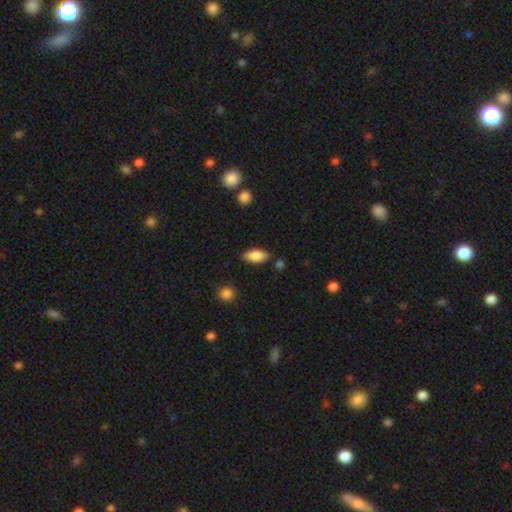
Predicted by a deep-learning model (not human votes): Smooth or featured: smooth — 82% (featured or disk — 11%)
How rounded: in between — 88% (cigar-shaped — 10%)
Merging: none — 82% (minor disturbance — 13%)